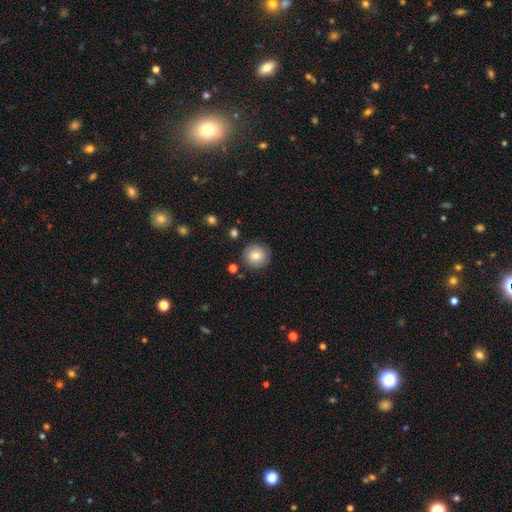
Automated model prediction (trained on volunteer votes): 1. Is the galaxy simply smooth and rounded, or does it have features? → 81% smooth, 10% featured or disk, 9% star or artifact.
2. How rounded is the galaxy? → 93% round, 6% in between, 1% cigar-shaped.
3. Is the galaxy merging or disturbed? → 87% none, 8% minor disturbance, 2% major disturbance, 2% merger.